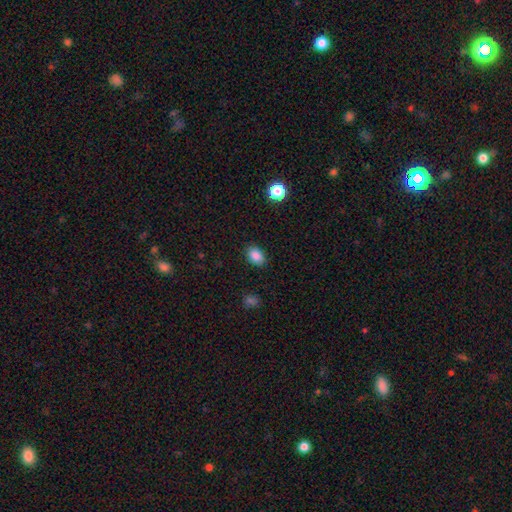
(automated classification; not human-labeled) Smooth or featured?
  - smooth: 87% *
  - star or artifact: 9%
  - featured or disk: 4%
How rounded?
  - in between: 80% *
  - round: 19%
  - cigar-shaped: 1%
Merging?
  - none: 87% *
  - minor disturbance: 9%
  - major disturbance: 3%
  - merger: 1%